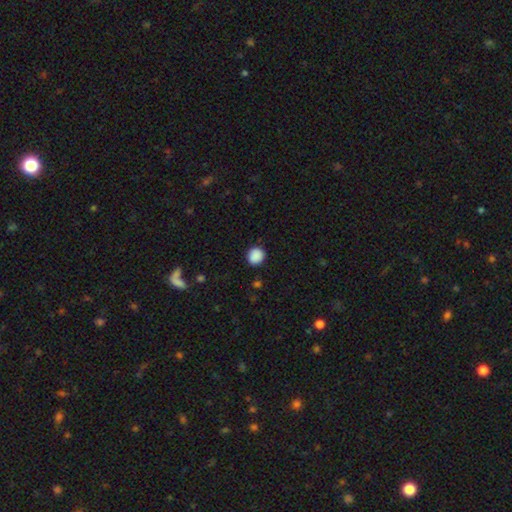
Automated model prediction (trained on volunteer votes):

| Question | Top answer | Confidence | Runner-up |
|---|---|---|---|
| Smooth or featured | smooth | 89% | star or artifact (9%) |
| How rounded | round | 85% | in between (14%) |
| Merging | none | 89% | minor disturbance (8%) |